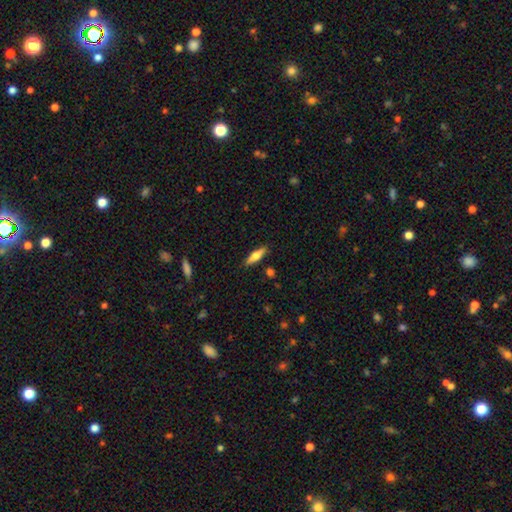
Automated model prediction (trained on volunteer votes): Morphology: type=smooth (55%); roundness=cigar-shaped (66%); merging=none (87%).